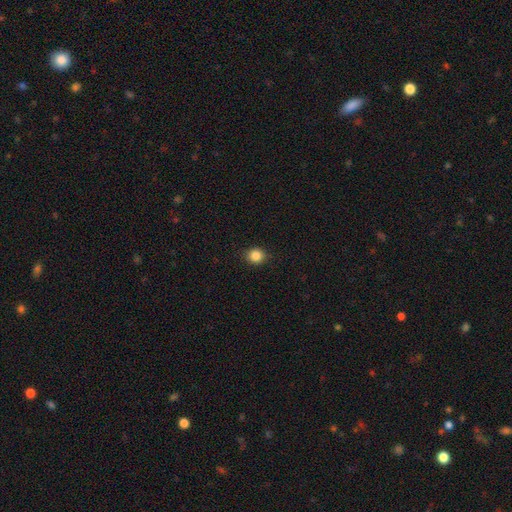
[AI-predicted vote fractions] This appears to be a smooth galaxy with no disk features (86%) that is round (83%). Merging: none (89%).